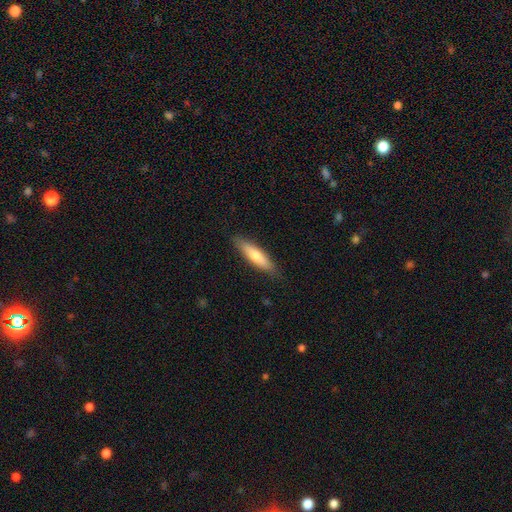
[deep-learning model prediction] Smooth or featured?
  - smooth: 66% *
  - featured or disk: 28%
  - star or artifact: 6%
How rounded?
  - cigar-shaped: 77% *
  - in between: 22%
  - round: 1%
Merging?
  - none: 87% *
  - minor disturbance: 10%
  - major disturbance: 2%
  - merger: 1%